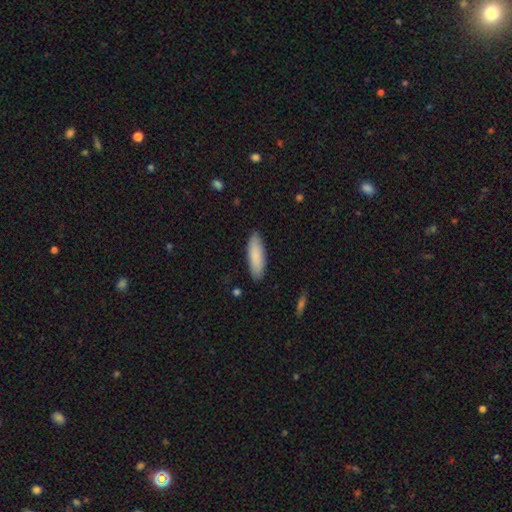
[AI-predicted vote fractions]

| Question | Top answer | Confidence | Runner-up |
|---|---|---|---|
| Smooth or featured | smooth | 87% | featured or disk (8%) |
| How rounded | cigar-shaped | 51% | in between (48%) |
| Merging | none | 88% | minor disturbance (9%) |